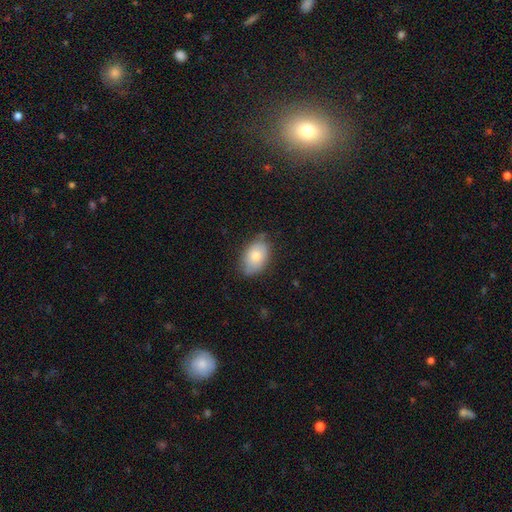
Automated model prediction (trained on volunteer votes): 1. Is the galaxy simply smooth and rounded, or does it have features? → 78% smooth, 16% featured or disk, 7% star or artifact.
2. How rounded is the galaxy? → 91% in between, 8% round, 1% cigar-shaped.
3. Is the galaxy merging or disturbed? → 74% none, 21% minor disturbance, 4% major disturbance, 1% merger.